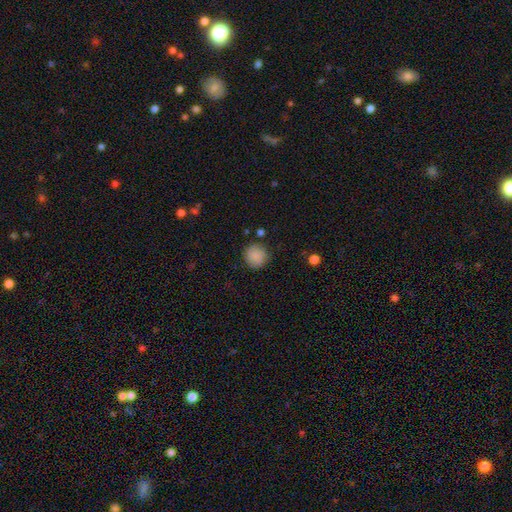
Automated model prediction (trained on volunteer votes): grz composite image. It shows a smooth galaxy with no disk features (86%) that is round (93%). Merging: none (85%).